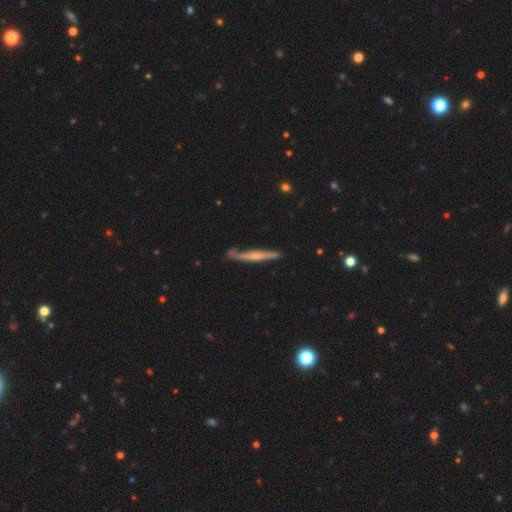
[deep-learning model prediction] Smooth or featured? featured or disk (60%)
Edge-on disk? yes (93%)
Edge-on bulge? rounded (47%)
Merging? none (73%)